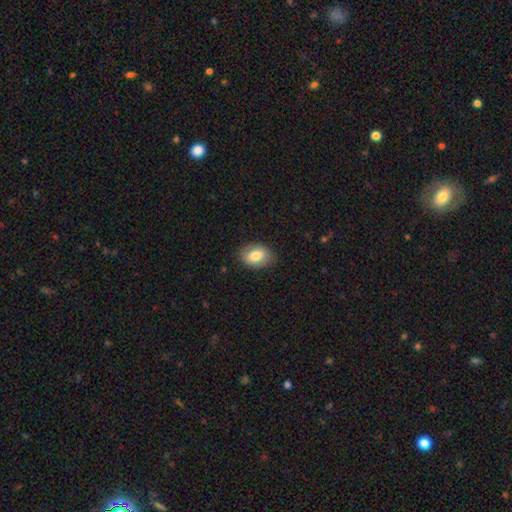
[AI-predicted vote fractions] This is likely a smooth galaxy (78%). How rounded: clearly in between (83%). Merging: clearly none (83%).